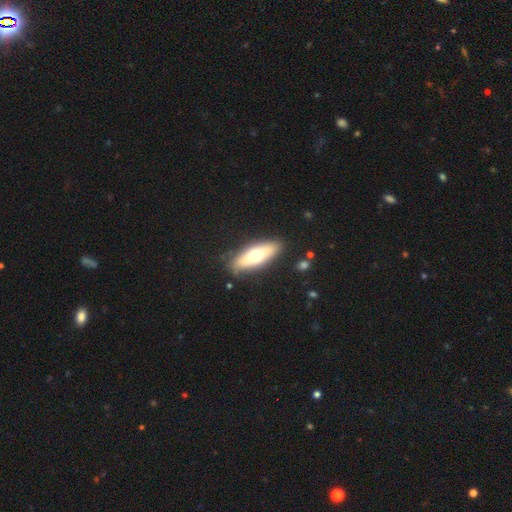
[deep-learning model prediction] Q: Smooth or featured?
A: smooth (54%); runner-up: featured or disk (40%)
Q: How rounded?
A: in between (55%); runner-up: cigar-shaped (42%)
Q: Merging?
A: none (85%); runner-up: minor disturbance (11%)